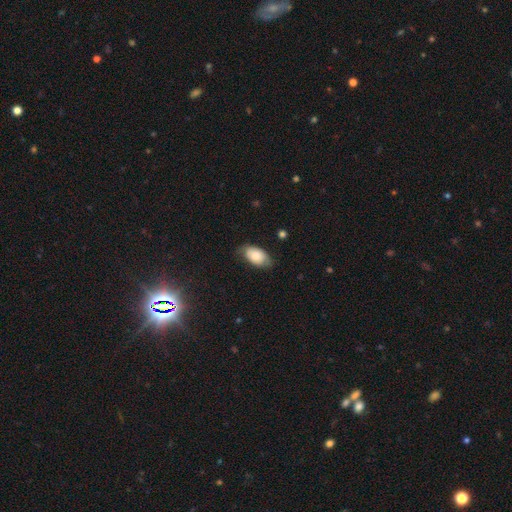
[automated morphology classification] Smooth or featured? smooth (77%)
How rounded? in between (93%)
Merging? none (70%)